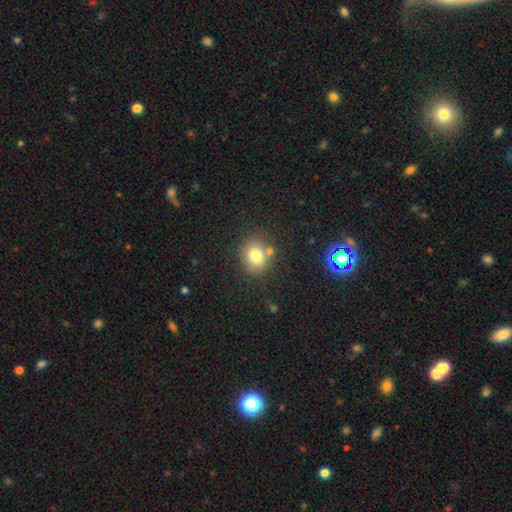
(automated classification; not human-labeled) A smooth galaxy with no disk features (77%) that is round (75%).

Vote fractions:
- Smooth or featured? smooth: 77% / star or artifact: 13% / featured or disk: 10%
- How rounded? round: 75% / in between: 24% / cigar-shaped: 1%
- Merging? none: 73% / minor disturbance: 12% / merger: 11% / major disturbance: 4%